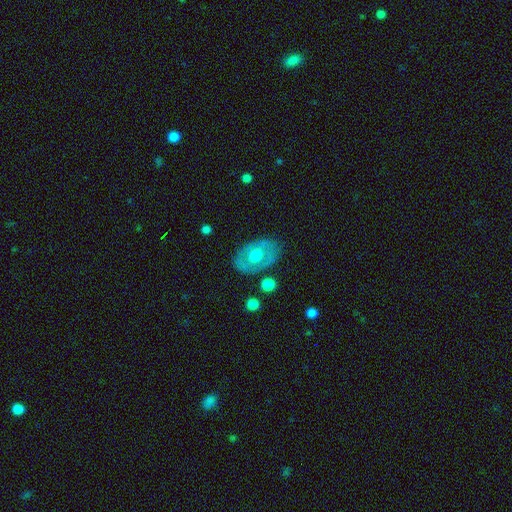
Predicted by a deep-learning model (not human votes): Morphology: type=featured or disk (53%); edge-on=no (91%); merging=none (79%).